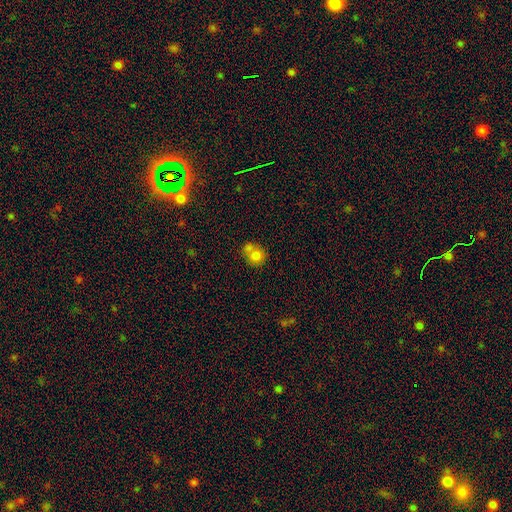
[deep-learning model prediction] Overall: smooth (77%). How rounded: round (76%). Merging: merger (47%; none 38%).